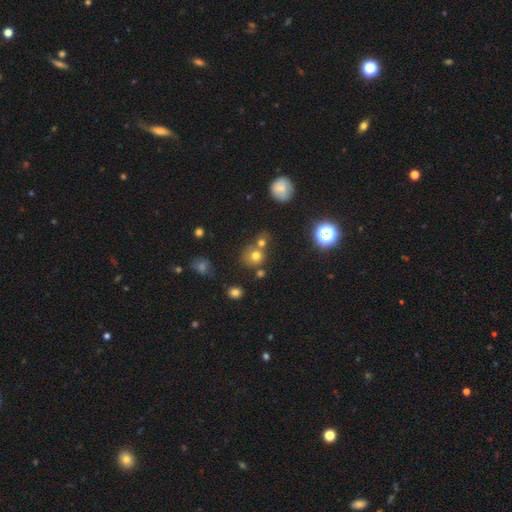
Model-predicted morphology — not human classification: smooth-or-featured: smooth: 68% | star or artifact: 21% | featured or disk: 11%
  how-rounded: round: 85% | in between: 14% | cigar-shaped: 1%
  merging: none: 54% | merger: 32% | minor disturbance: 10% | major disturbance: 4%